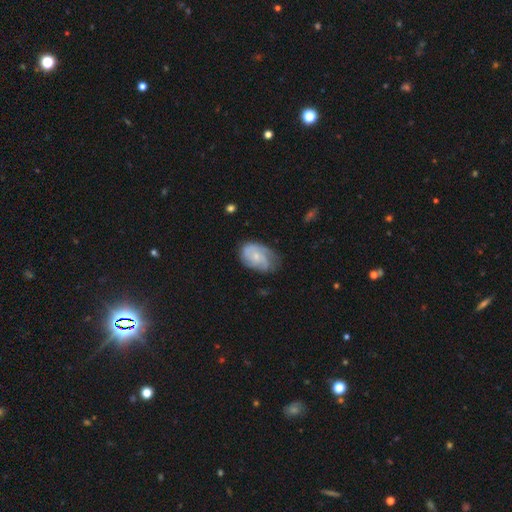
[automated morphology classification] featured or disk 73%, smooth 21%, star or artifact 6%. Down the decision tree: edge-on disk — no (97%); bar — no (71%); spiral arms — yes (93%); spiral arm count — 2 (32%); spiral winding — tight (46%); bulge size — small (66%); merging — none (58%).